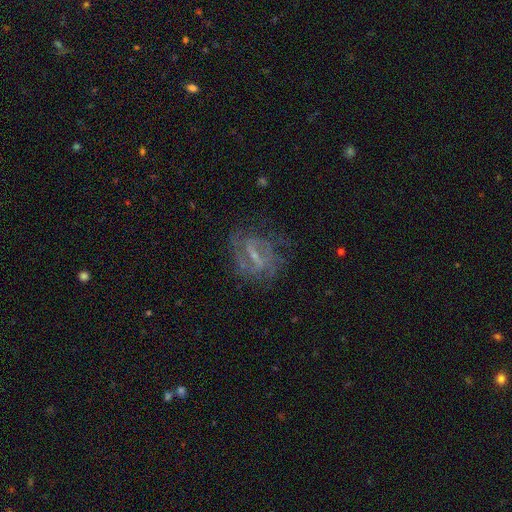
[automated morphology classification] type=featured or disk (78%); edge-on=no (95%); bar=weak (46%); spiral arms=yes (84%); winding=medium (45%); arm count=2 (45%); bulge=small (61%); merging=none (65%).